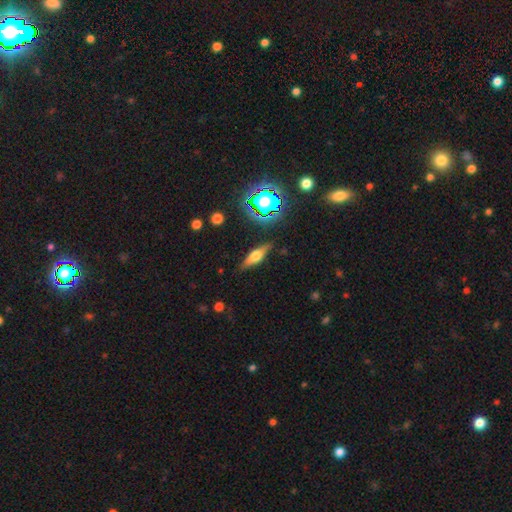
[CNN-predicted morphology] Q: Smooth or featured?
A: featured or disk (56%); runner-up: smooth (34%)
Q: Edge-on disk?
A: yes (92%); runner-up: no (8%)
Q: Edge-on bulge?
A: rounded (90%); runner-up: boxy (8%)
Q: Merging?
A: none (82%); runner-up: minor disturbance (13%)